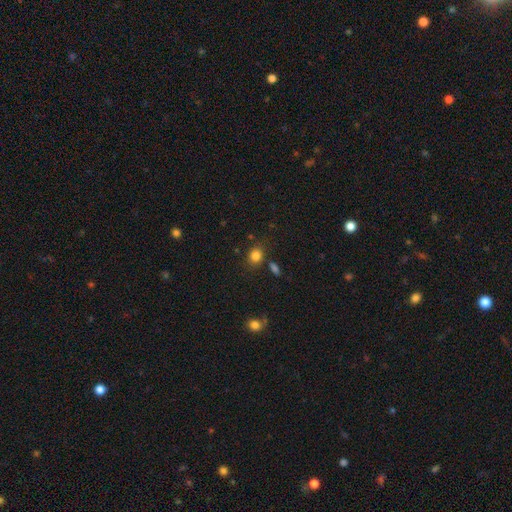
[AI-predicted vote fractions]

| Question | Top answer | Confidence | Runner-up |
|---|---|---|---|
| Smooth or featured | smooth | 82% | star or artifact (12%) |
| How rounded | round | 64% | in between (35%) |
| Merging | none | 78% | minor disturbance (12%) |